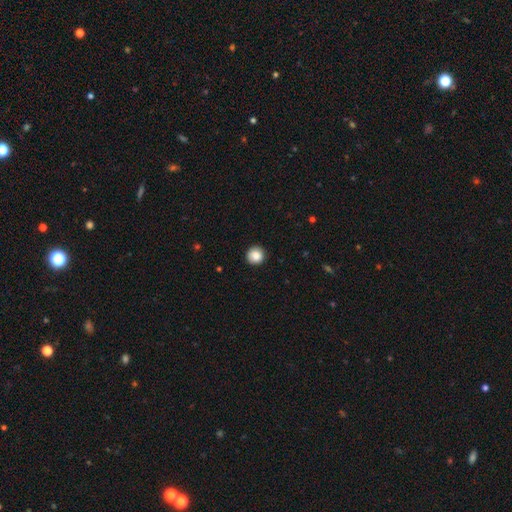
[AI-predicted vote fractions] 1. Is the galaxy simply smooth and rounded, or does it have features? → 86% smooth, 9% star or artifact, 5% featured or disk.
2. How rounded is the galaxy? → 94% round, 5% in between, 1% cigar-shaped.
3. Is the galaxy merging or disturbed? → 91% none, 6% minor disturbance, 2% major disturbance, 1% merger.